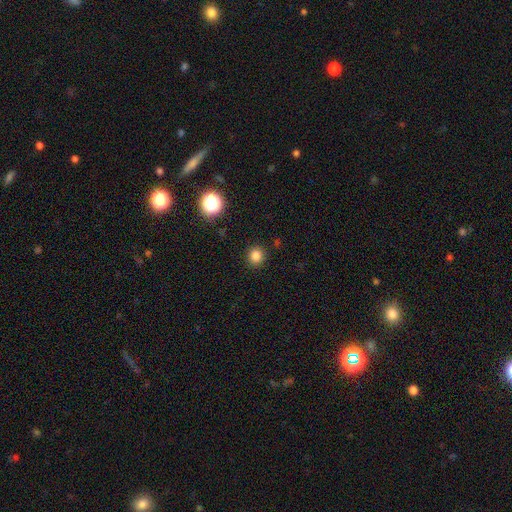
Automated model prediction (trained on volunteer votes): smooth_or_featured: smooth (p=0.82) [alt: star or artifact p=0.13]
how_rounded: round (p=0.90) [alt: in between p=0.09]
merging: none (p=0.91) [alt: minor disturbance p=0.06]